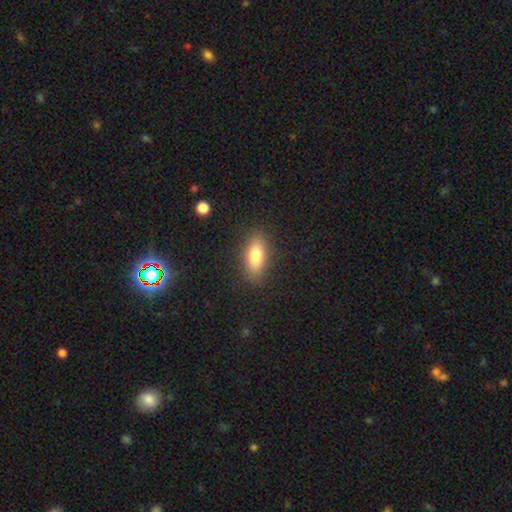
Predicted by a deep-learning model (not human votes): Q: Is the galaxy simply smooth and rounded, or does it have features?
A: smooth — 80%.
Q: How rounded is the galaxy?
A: in between — 79%.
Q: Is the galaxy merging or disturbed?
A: none — 86%.